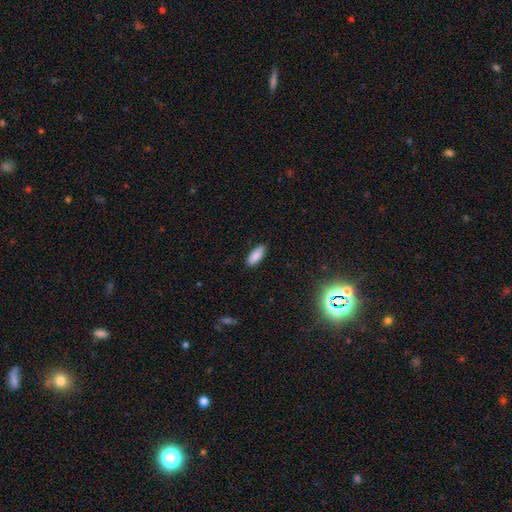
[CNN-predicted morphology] The model was most divided on "how rounded": in between: 78%, cigar-shaped: 20%, round: 2%. More confident: merging — none (89%); smooth or featured — smooth (88%).